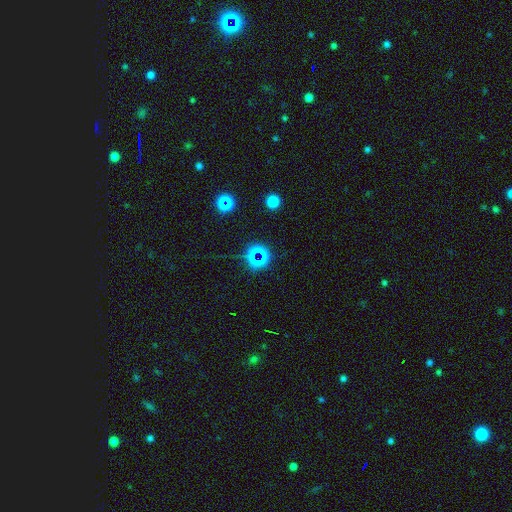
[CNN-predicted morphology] Q: Smooth or featured?
A: star or artifact (67%); runner-up: smooth (23%)